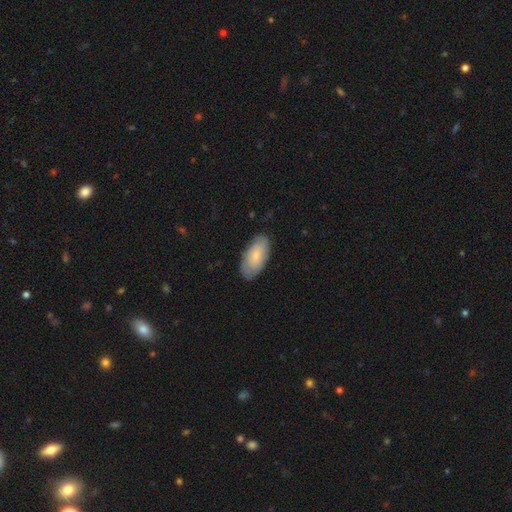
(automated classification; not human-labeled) smooth_or_featured: smooth (p=0.77) [alt: featured or disk p=0.18]
how_rounded: in between (p=0.93) [alt: cigar-shaped p=0.05]
merging: none (p=0.81) [alt: minor disturbance p=0.15]